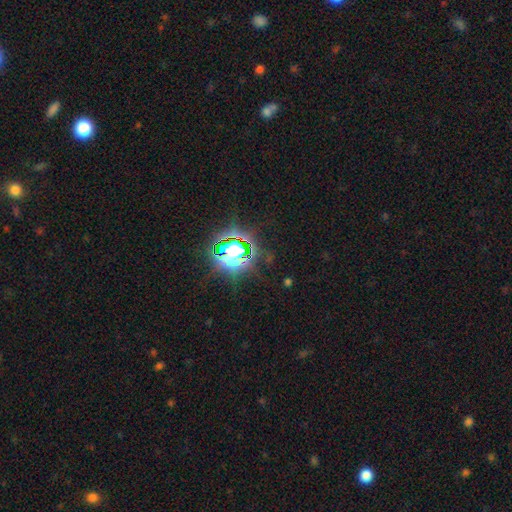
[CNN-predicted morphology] The model was most divided on "smooth or featured": star or artifact: 82%, smooth: 12%, featured or disk: 6%.